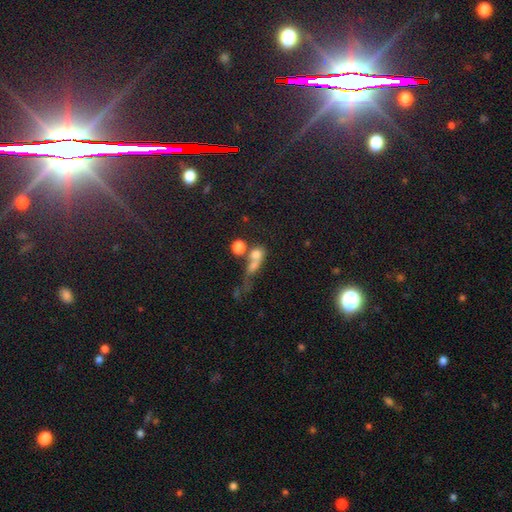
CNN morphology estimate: smooth_or_featured: smooth (p=0.57) [alt: star or artifact p=0.21]
how_rounded: round (p=0.54) [alt: in between p=0.34]
merging: merger (p=0.47) [alt: none p=0.27]